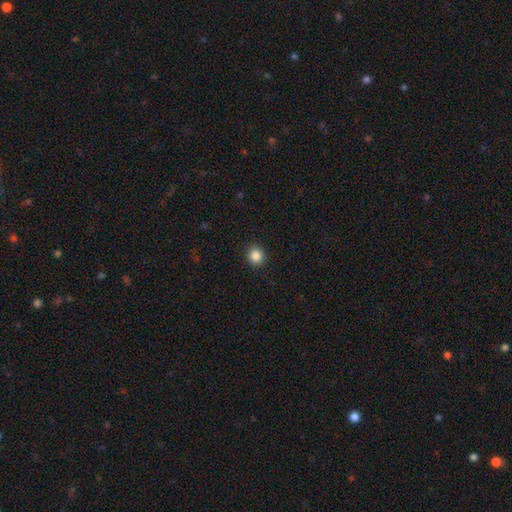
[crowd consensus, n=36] Smooth or featured? 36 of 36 (100%) said smooth. How rounded? 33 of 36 (92%) said round. Merging? 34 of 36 (94%) said none.